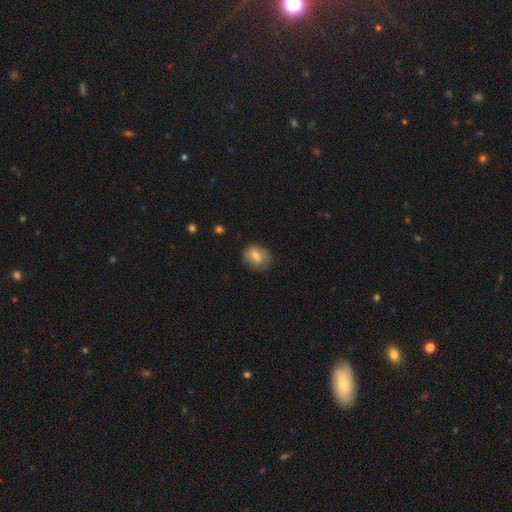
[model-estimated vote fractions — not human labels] smooth 69%, featured or disk 23%, star or artifact 8%. Down the decision tree: how rounded — round (53%); merging — none (70%).